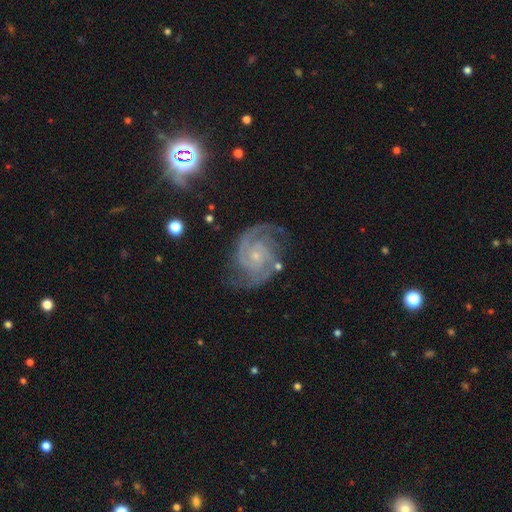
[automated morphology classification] smooth_or_featured: featured or disk (p=0.91) [alt: star or artifact p=0.05]
disk_edge_on: no (p=0.98) [alt: yes p=0.02]
bar: no (p=0.69) [alt: weak p=0.25]
has_spiral_arms: yes (p=0.98) [alt: no p=0.02]
spiral_winding: tight (p=0.50) [alt: medium p=0.42]
spiral_arm_count: 2 (p=0.73) [alt: 3 p=0.12]
bulge_size: small (p=0.77) [alt: moderate p=0.15]
merging: none (p=0.72) [alt: minor disturbance p=0.18]